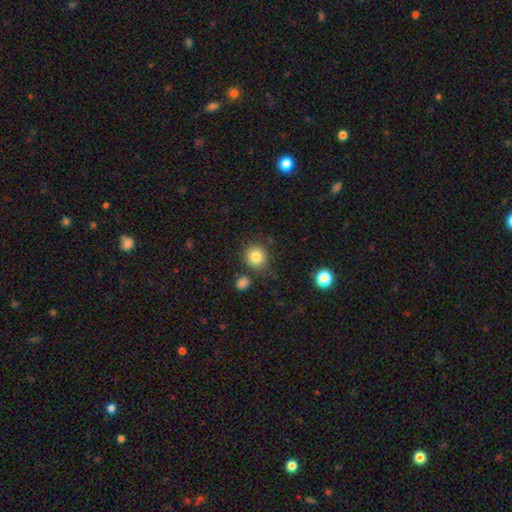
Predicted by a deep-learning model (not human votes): A smooth galaxy with no disk features (83%) that is round (87%).

Vote fractions:
- Smooth or featured? smooth: 83% / star or artifact: 11% / featured or disk: 6%
- How rounded? round: 87% / in between: 12% / cigar-shaped: 1%
- Merging? none: 81% / minor disturbance: 10% / merger: 6% / major disturbance: 3%